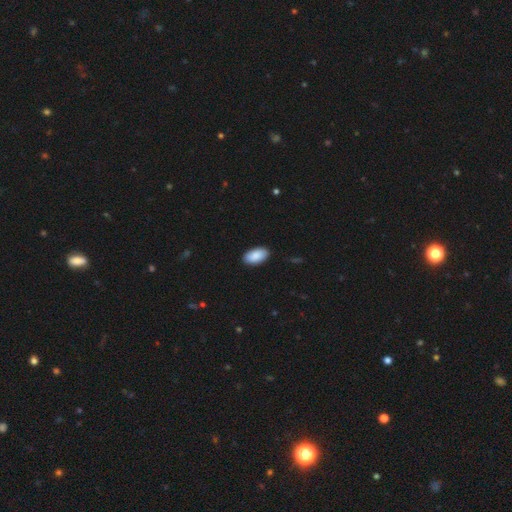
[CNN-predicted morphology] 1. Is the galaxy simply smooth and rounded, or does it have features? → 90% smooth, 6% star or artifact, 4% featured or disk.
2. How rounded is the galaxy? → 96% in between, 2% round, 2% cigar-shaped.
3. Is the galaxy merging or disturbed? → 90% none, 8% minor disturbance, 2% major disturbance, 1% merger.